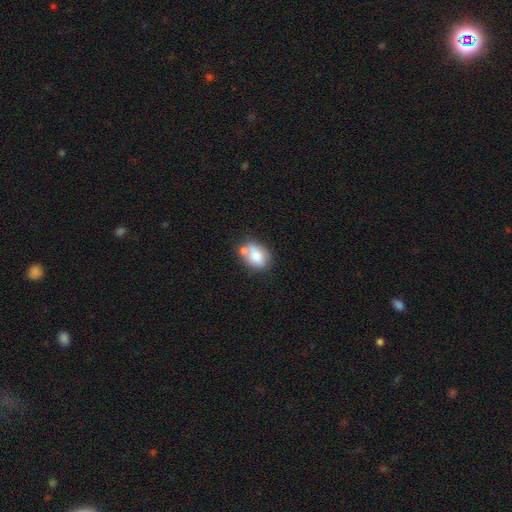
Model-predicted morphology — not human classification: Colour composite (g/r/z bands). It shows a smooth galaxy with no disk features (74%) that is in between round and cigar-shaped (69%). Merging: none (48%).